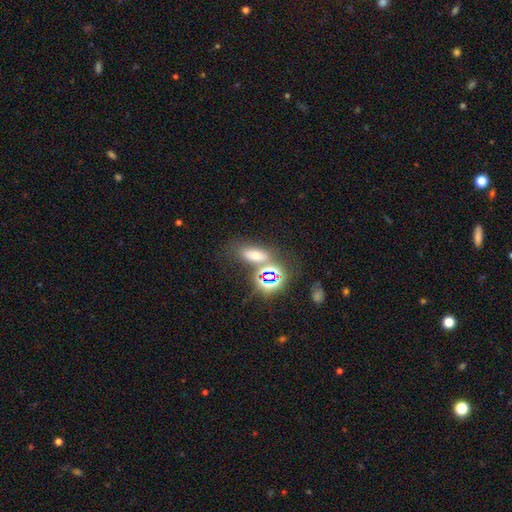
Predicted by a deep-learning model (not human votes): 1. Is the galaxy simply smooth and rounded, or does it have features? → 54% smooth, 33% star or artifact, 12% featured or disk.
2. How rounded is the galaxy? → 70% in between, 17% round, 13% cigar-shaped.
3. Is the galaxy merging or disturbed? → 64% none, 17% merger, 12% minor disturbance, 6% major disturbance.